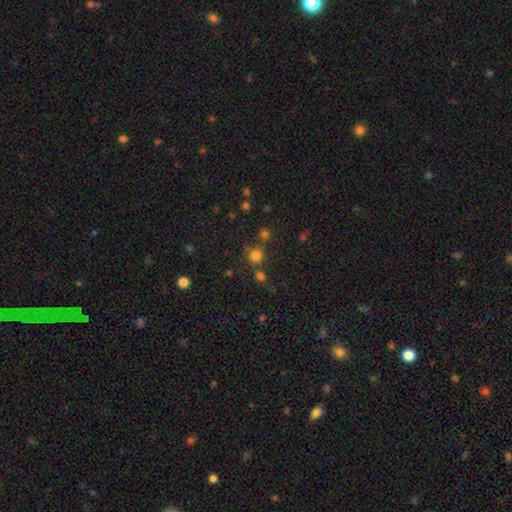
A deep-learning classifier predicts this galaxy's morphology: The model was most divided on "smooth or featured": smooth: 75%, star or artifact: 20%, featured or disk: 6%. More confident: how rounded — round (92%); merging — none (73%).